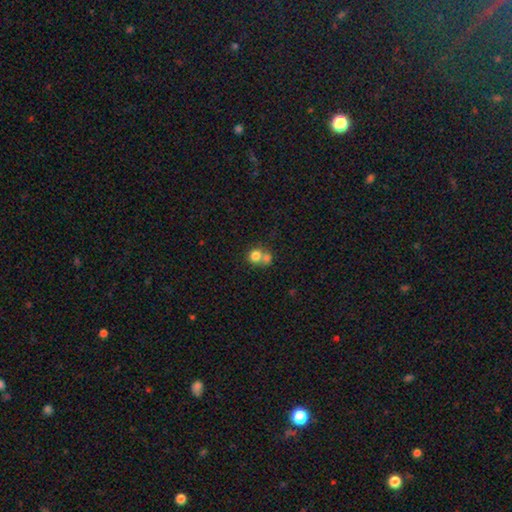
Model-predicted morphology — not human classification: This is likely a smooth galaxy (77%). How rounded: clearly round (81%). Merging: possibly merger (53%).